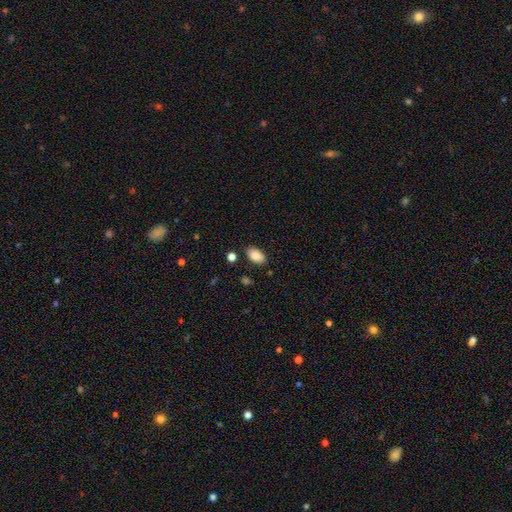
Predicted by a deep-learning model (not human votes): A smooth galaxy with no disk features (87%) that is in between round and cigar-shaped (93%). Merging: none (84%).